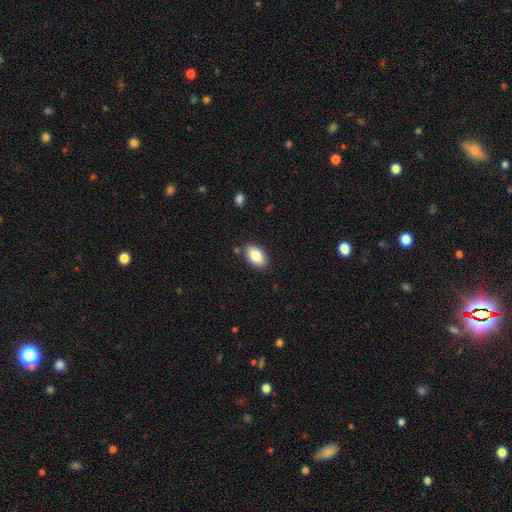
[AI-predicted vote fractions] This appears to be a smooth galaxy with no disk features (85%) that is in between round and cigar-shaped (93%). Merging: none (86%).